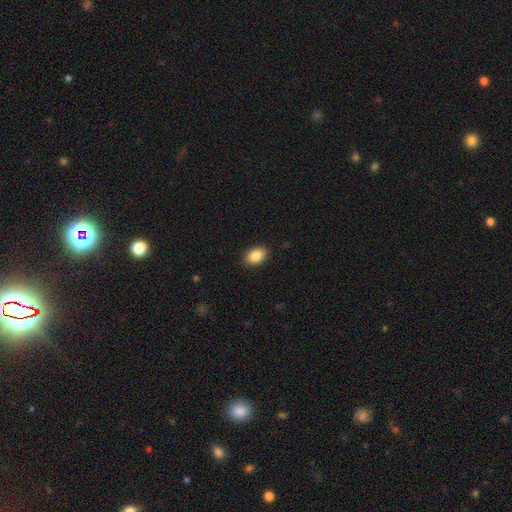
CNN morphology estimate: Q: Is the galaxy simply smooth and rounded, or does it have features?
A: smooth — 88%.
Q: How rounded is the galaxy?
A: in between — 86%.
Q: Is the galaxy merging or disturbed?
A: none — 89%.